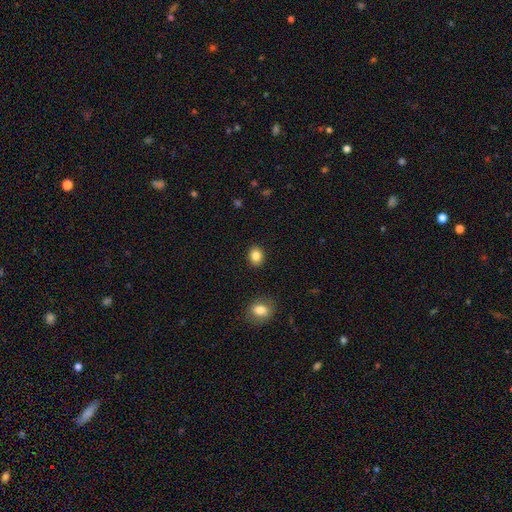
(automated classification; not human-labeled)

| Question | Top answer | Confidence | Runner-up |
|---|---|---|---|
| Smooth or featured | smooth | 84% | star or artifact (10%) |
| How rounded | round | 59% | in between (40%) |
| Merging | none | 90% | minor disturbance (7%) |